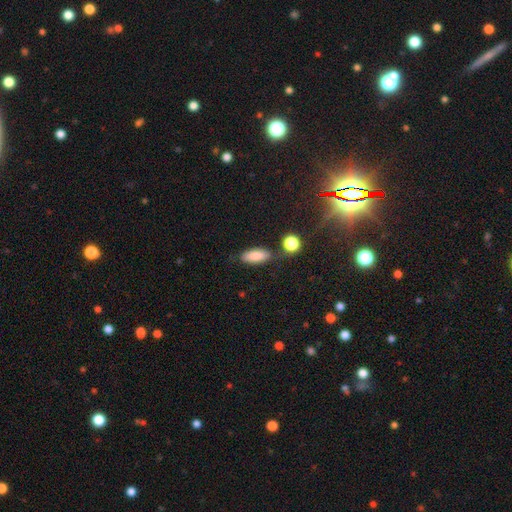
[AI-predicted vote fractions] Smooth or featured? smooth (84%)
How rounded? in between (79%)
Merging? none (71%)